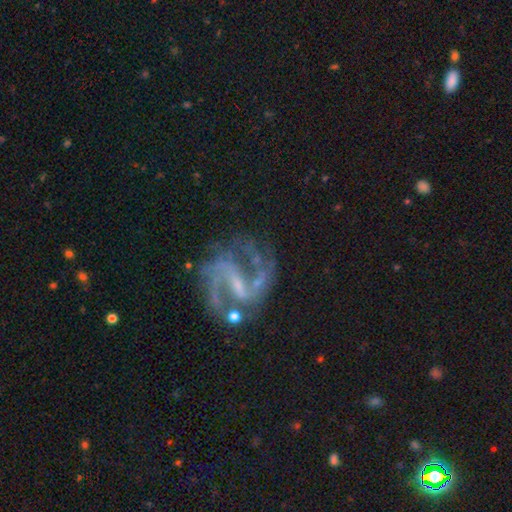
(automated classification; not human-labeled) This appears to be a featured or disk galaxy (89%) with a weak bar (44%), 2 (82%) medium (53%) spiral arms (96%) and a small central bulge (52%). Merging: none (62%).